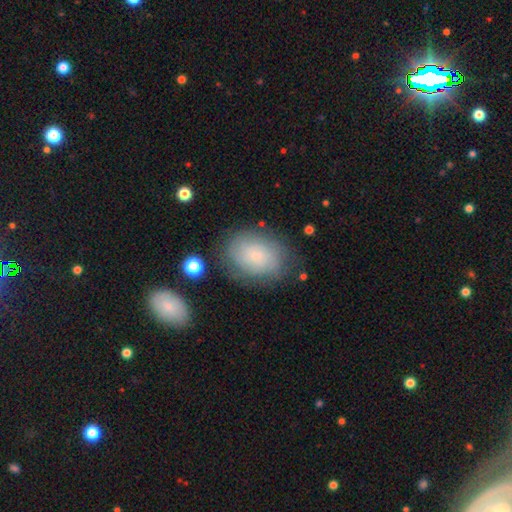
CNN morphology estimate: Overall: smooth (56%; featured or disk 35%). How rounded: in between (65%; round 34%). Merging: none (73%).